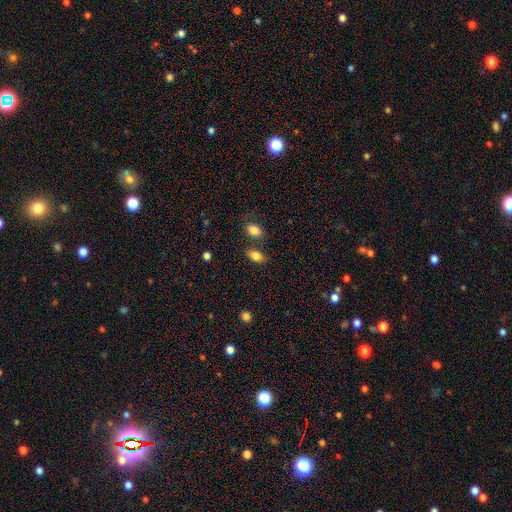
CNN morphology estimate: Q: Smooth or featured?
A: smooth (83%); runner-up: star or artifact (9%)
Q: How rounded?
A: in between (84%); runner-up: round (13%)
Q: Merging?
A: none (72%); runner-up: minor disturbance (13%)